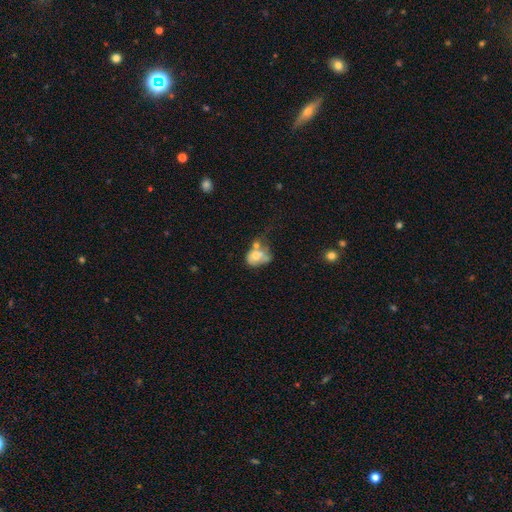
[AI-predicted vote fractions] smooth 58%, featured or disk 33%, star or artifact 9%. Down the decision tree: how rounded — in between (59%); merging — merger (42%).